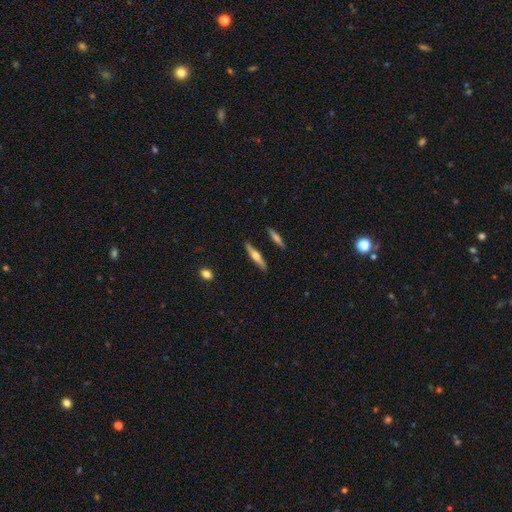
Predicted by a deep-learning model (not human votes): smooth-or-featured: featured or disk: 57% | smooth: 37% | star or artifact: 6%
  disk-edge-on: yes: 95% | no: 5%
    edge-on-bulge: rounded: 91% | none: 5% | boxy: 4%
  merging: none: 87% | minor disturbance: 9% | merger: 3% | major disturbance: 2%